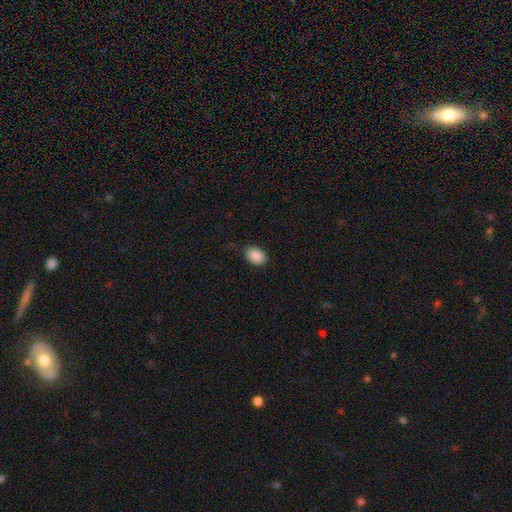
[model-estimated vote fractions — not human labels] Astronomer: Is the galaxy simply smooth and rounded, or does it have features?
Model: smooth — 89%.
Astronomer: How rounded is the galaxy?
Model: in between — 76%.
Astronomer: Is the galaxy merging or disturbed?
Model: none — 82%.